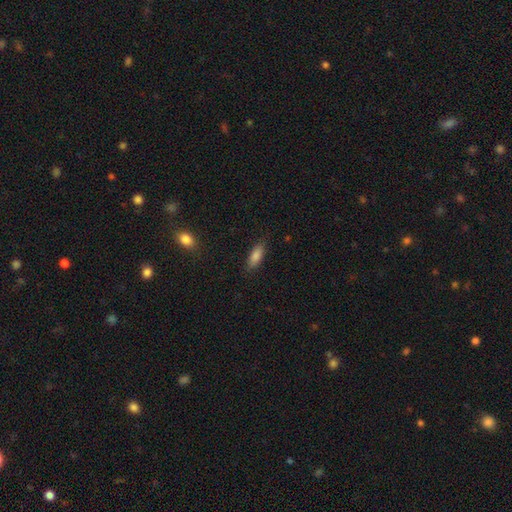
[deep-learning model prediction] Morphology: type=smooth (83%); roundness=in between (69%); merging=none (84%).